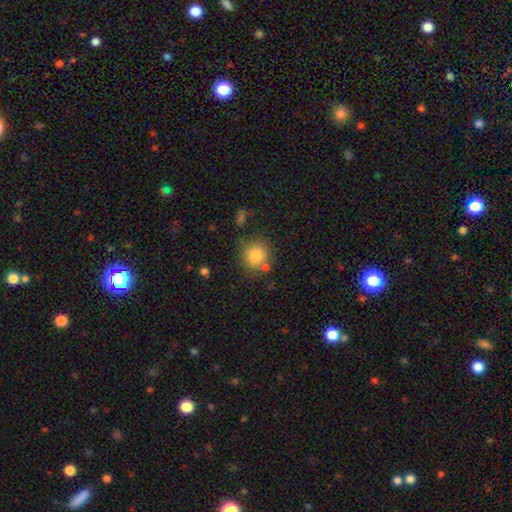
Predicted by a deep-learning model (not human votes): smooth_or_featured: smooth (p=0.82) [alt: star or artifact p=0.10]
how_rounded: round (p=0.88) [alt: in between p=0.11]
merging: none (p=0.68) [alt: minor disturbance p=0.15]